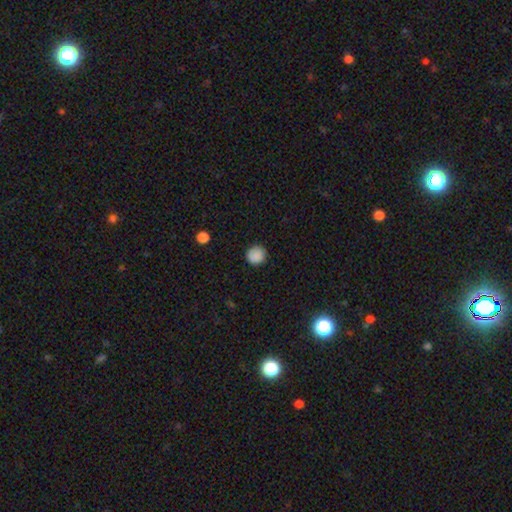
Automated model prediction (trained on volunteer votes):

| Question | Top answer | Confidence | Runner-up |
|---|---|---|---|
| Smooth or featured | smooth | 88% | star or artifact (9%) |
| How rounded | round | 92% | in between (7%) |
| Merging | none | 89% | minor disturbance (8%) |